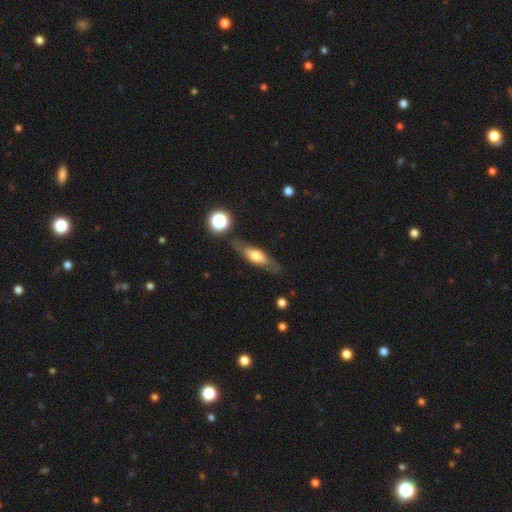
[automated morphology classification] Smooth or featured? smooth (49%)
Merging? none (76%)